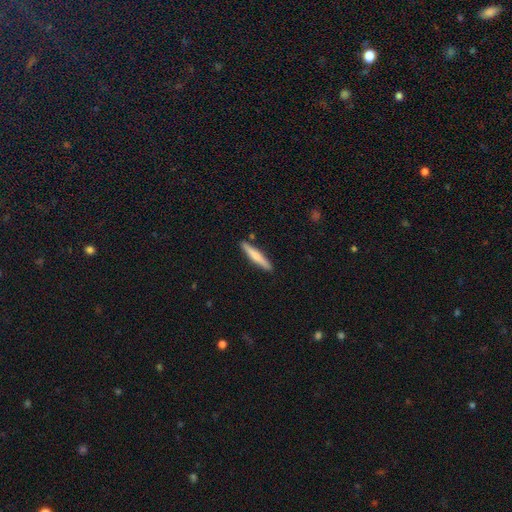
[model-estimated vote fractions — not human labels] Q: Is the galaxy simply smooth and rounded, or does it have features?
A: smooth — 60%.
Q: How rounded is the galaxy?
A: cigar-shaped — 92%.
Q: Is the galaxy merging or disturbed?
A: none — 89%.